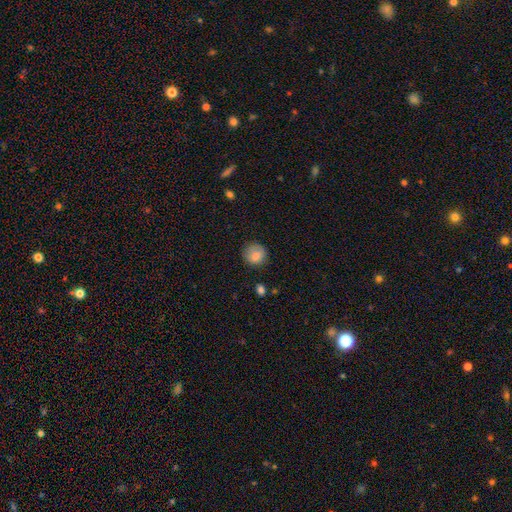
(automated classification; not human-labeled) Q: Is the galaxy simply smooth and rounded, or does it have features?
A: smooth — 81%.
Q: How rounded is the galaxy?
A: round — 88%.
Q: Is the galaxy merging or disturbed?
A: none — 78%.